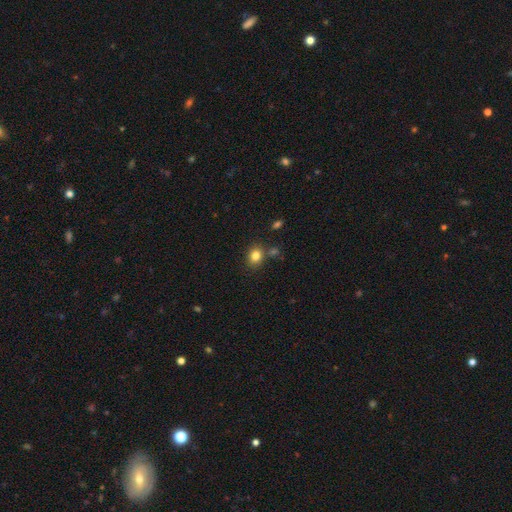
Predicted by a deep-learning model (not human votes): A smooth galaxy with no disk features (82%) that is round (56%).

Vote fractions:
- Smooth or featured? smooth: 82% / star or artifact: 11% / featured or disk: 7%
- How rounded? round: 56% / in between: 44% / cigar-shaped: 1%
- Merging? none: 76% / minor disturbance: 12% / merger: 9% / major disturbance: 3%